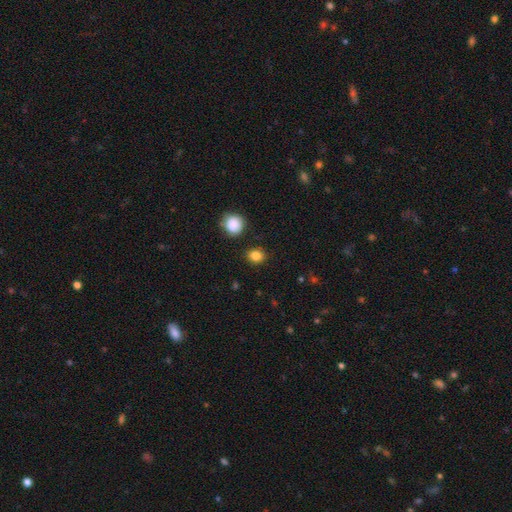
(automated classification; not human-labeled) Smooth or featured? smooth (84%)
How rounded? round (67%)
Merging? none (87%)